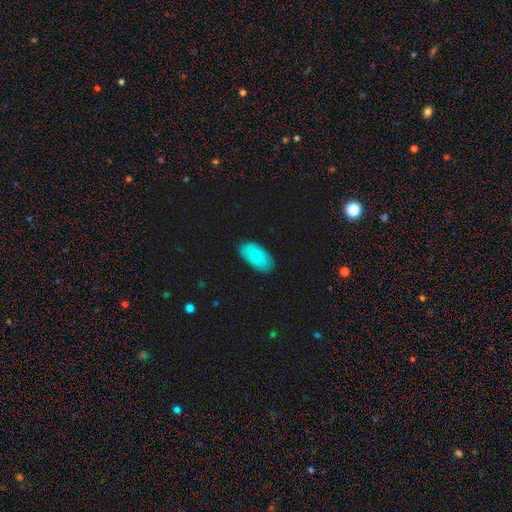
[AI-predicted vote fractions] A smooth galaxy with no disk features (74%) that is in between round and cigar-shaped (94%). Merging: none (83%).